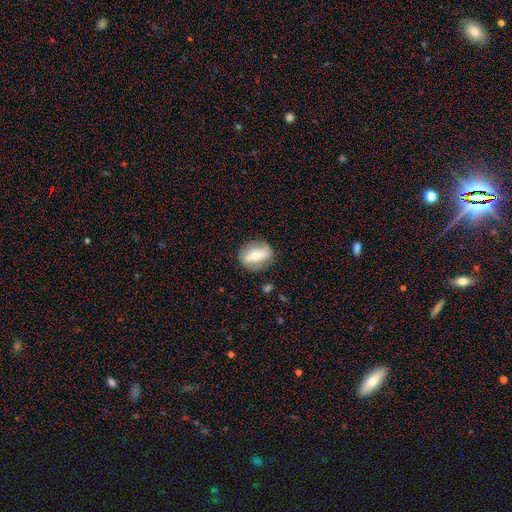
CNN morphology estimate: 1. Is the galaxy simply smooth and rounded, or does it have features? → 53% featured or disk, 40% smooth, 7% star or artifact.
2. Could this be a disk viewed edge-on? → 79% no, 21% yes.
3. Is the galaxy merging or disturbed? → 79% none, 14% minor disturbance, 5% major disturbance, 2% merger.